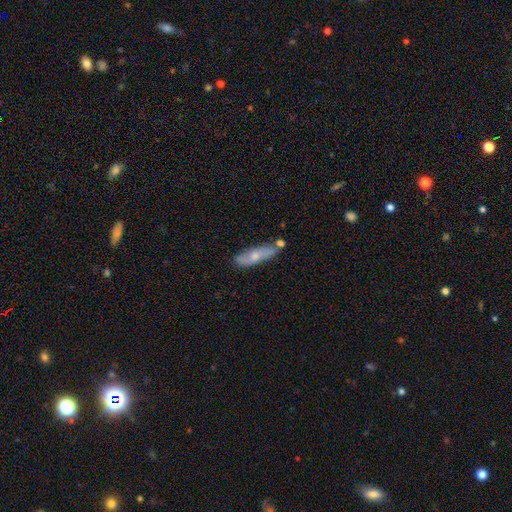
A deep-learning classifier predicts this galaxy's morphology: Smooth or featured? smooth (57%)
How rounded? cigar-shaped (66%)
Merging? none (71%)